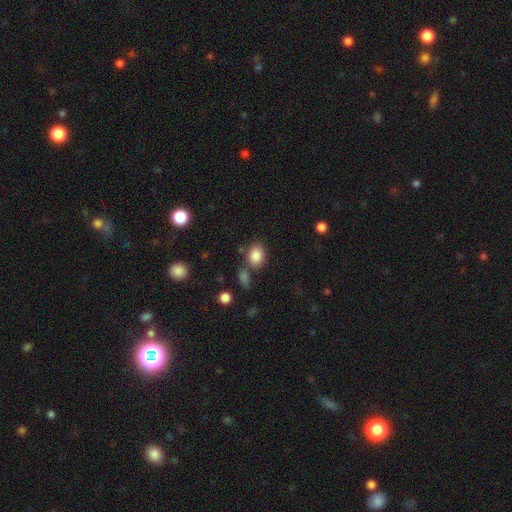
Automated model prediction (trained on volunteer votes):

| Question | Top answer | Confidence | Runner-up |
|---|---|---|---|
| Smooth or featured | smooth | 85% | star or artifact (9%) |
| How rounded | in between | 60% | round (39%) |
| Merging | none | 68% | merger (13%) |